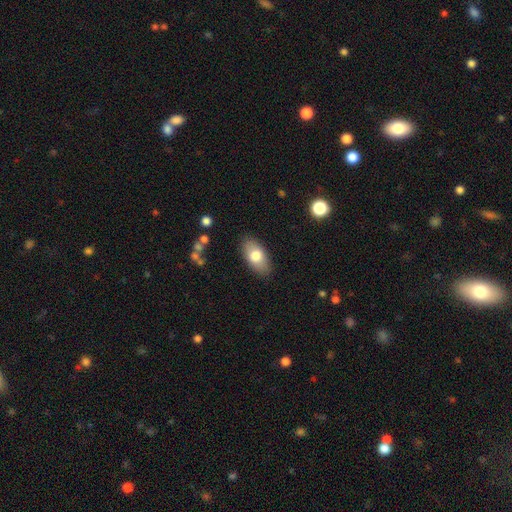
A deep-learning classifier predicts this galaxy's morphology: smooth_or_featured: smooth (p=0.75) [alt: featured or disk p=0.18]
how_rounded: in between (p=0.91) [alt: cigar-shaped p=0.04]
merging: none (p=0.86) [alt: minor disturbance p=0.11]